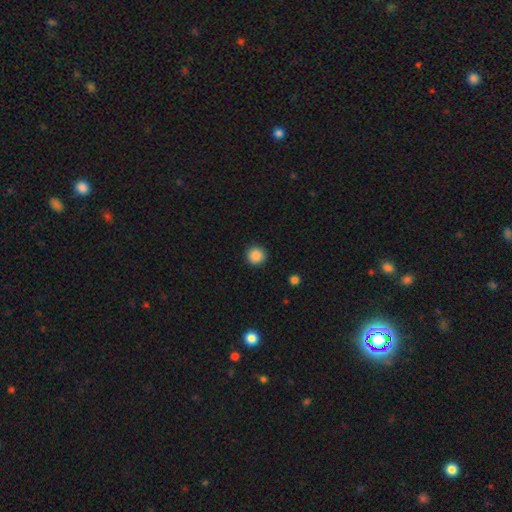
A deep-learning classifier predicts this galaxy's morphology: A smooth galaxy with no disk features (88%) that is round (95%).

Vote fractions:
- Smooth or featured? smooth: 88% / star or artifact: 9% / featured or disk: 3%
- How rounded? round: 95% / in between: 4% / cigar-shaped: 1%
- Merging? none: 92% / minor disturbance: 5% / major disturbance: 2% / merger: 1%